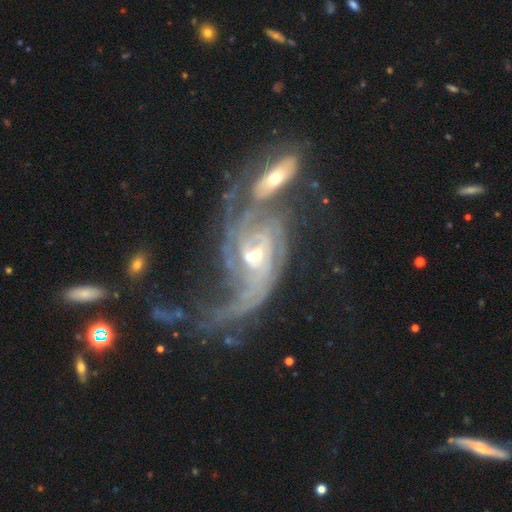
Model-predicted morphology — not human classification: featured or disk 88%, star or artifact 6%, smooth 5%. Down the decision tree: edge-on disk — no (96%); bar — no (51%); spiral arms — yes (95%); spiral arm count — 2 (34%); spiral winding — tight (48%); bulge size — small (53%); merging — merger (50%).